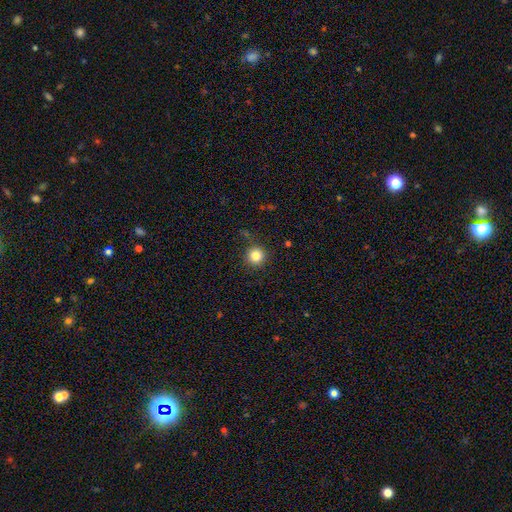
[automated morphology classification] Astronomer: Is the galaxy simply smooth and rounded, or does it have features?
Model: smooth — 84%.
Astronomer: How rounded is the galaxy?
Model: round — 95%.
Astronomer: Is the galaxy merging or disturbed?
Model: none — 87%.